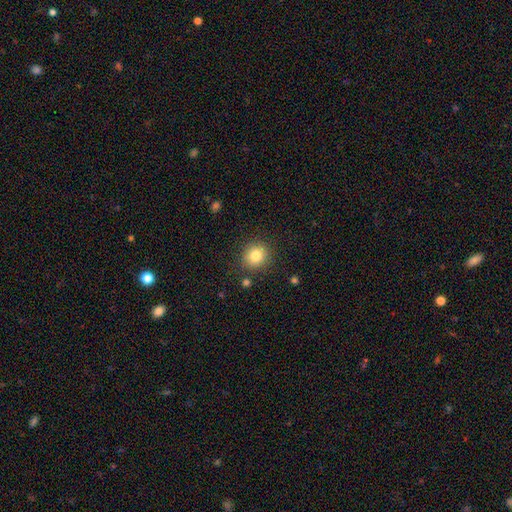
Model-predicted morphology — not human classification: smooth_or_featured: smooth (p=0.80) [alt: star or artifact p=0.12]
how_rounded: round (p=0.86) [alt: in between p=0.13]
merging: none (p=0.87) [alt: minor disturbance p=0.08]